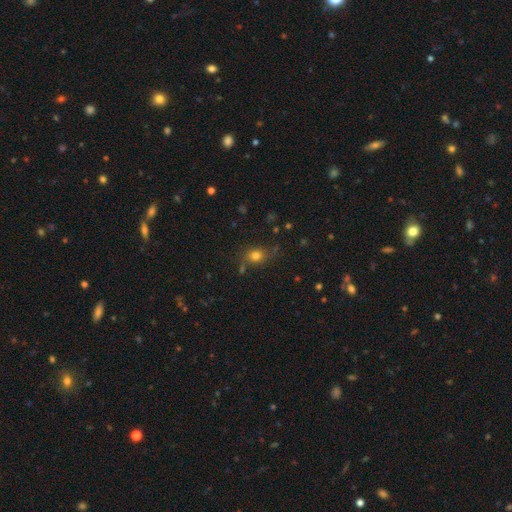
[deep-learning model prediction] Q: Smooth or featured?
A: smooth (76%); runner-up: star or artifact (15%)
Q: How rounded?
A: round (58%); runner-up: in between (40%)
Q: Merging?
A: none (73%); runner-up: minor disturbance (16%)